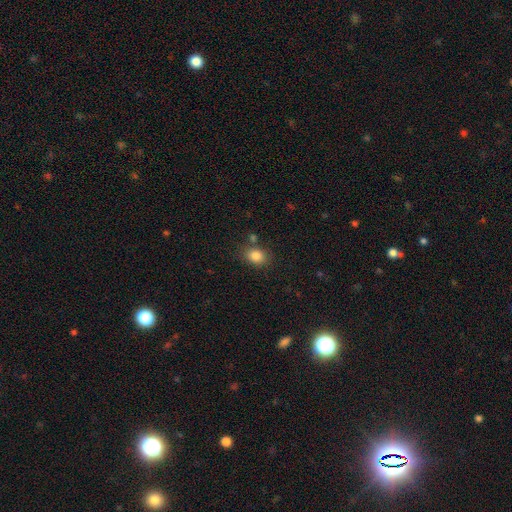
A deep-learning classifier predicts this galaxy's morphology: Smooth or featured?
  - smooth: 83% *
  - star or artifact: 10%
  - featured or disk: 6%
How rounded?
  - in between: 62% *
  - round: 37%
  - cigar-shaped: 1%
Merging?
  - none: 77% *
  - minor disturbance: 12%
  - merger: 7%
  - major disturbance: 3%